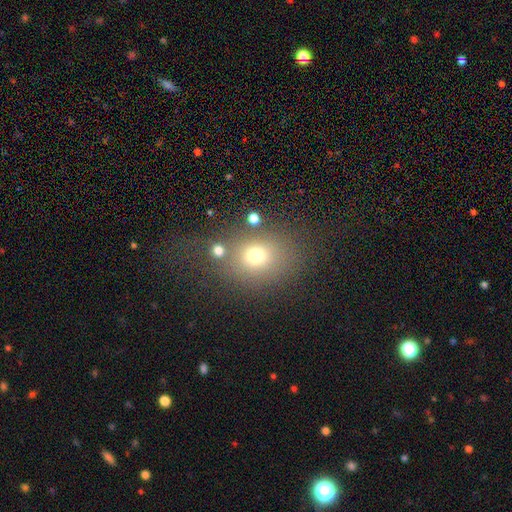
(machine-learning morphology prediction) type=smooth (71%); roundness=round (61%); merging=none (66%).